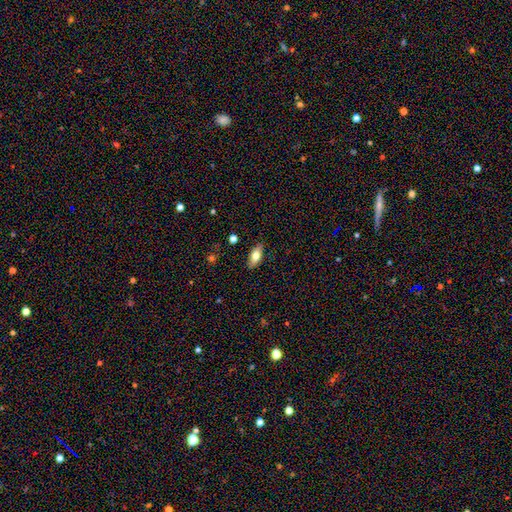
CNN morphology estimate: type=smooth (71%); roundness=in between (83%); merging=none (87%).